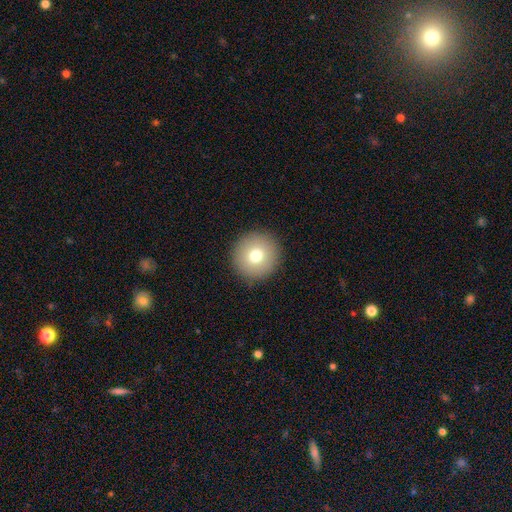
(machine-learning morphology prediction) smooth 74%, featured or disk 15%, star or artifact 11%. Down the decision tree: how rounded — round (96%); merging — none (92%).